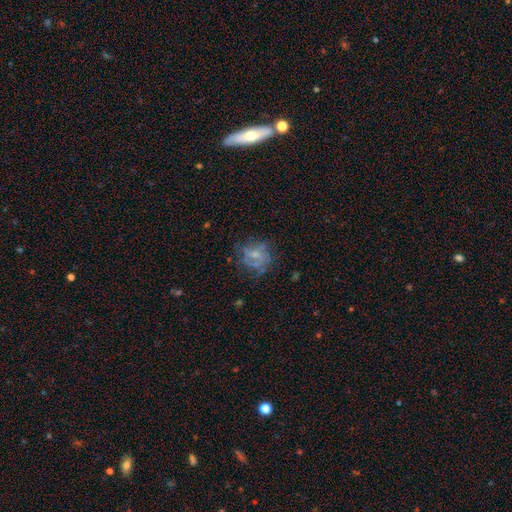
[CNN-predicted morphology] smooth_or_featured: featured or disk (p=0.50) [alt: smooth p=0.37]
disk_edge_on: no (p=0.98) [alt: yes p=0.02]
merging: none (p=0.50) [alt: major disturbance p=0.24]